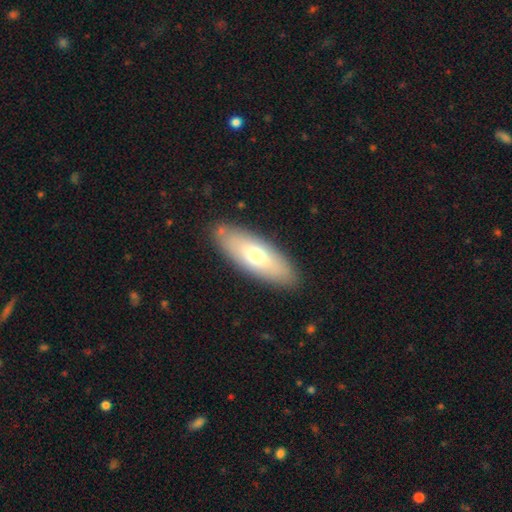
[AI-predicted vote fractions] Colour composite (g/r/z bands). It shows a smooth galaxy with no disk features (63%) that is in between round and cigar-shaped (66%). Merging: none (85%).